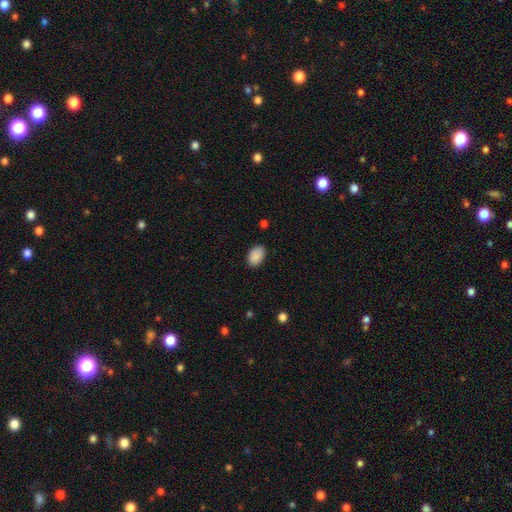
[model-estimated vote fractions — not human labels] Morphology: type=smooth (90%); roundness=in between (88%); merging=none (87%).